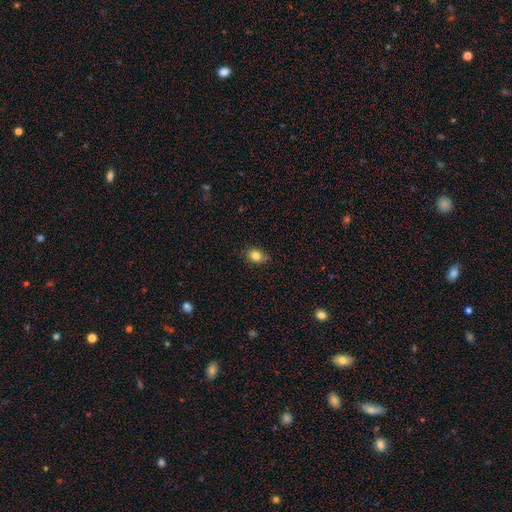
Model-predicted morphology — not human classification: Smooth or featured: smooth — 81% (star or artifact — 11%)
How rounded: round — 51% (in between — 47%)
Merging: none — 77% (minor disturbance — 18%)